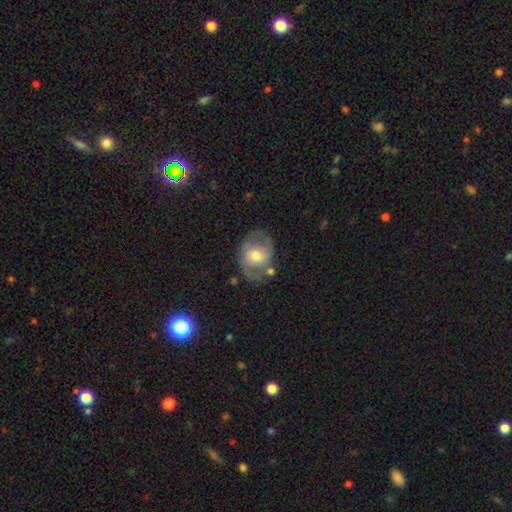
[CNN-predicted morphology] Smooth or featured: featured or disk — 58% (smooth — 36%)
Edge-on disk: no — 96% (yes — 4%)
Bar: no — 63% (weak — 29%)
Spiral arms: yes — 65% (no — 35%)
Bulge size: moderate — 69% (small — 19%)
Merging: none — 62% (minor disturbance — 21%)